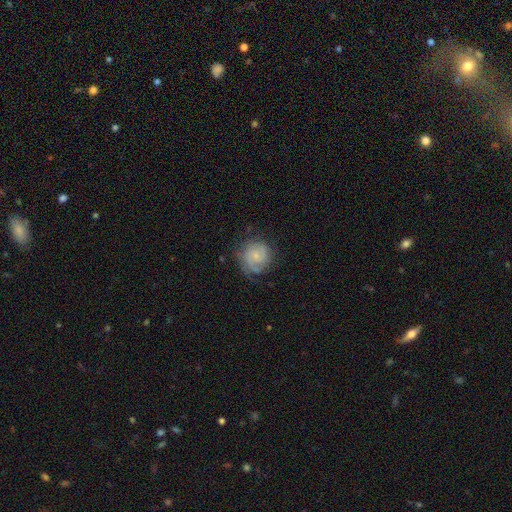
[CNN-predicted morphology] The model was most divided on "smooth or featured" (2-way tie): smooth: 46%, featured or disk: 46%, star or artifact: 8%. More confident: merging — none (65%).